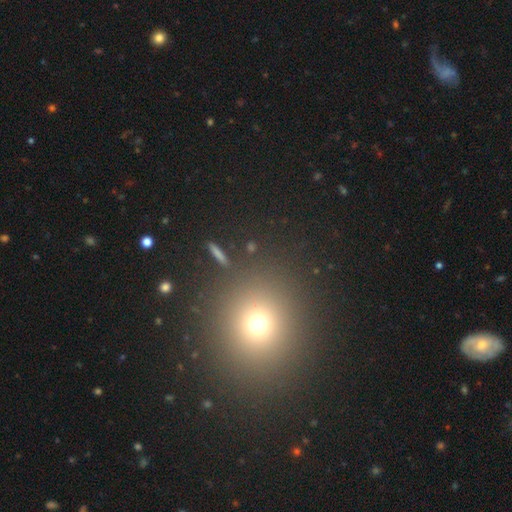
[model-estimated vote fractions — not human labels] Q: Smooth or featured?
A: smooth (59%); runner-up: star or artifact (34%)
Q: How rounded?
A: round (87%); runner-up: in between (11%)
Q: Merging?
A: none (89%); runner-up: minor disturbance (5%)